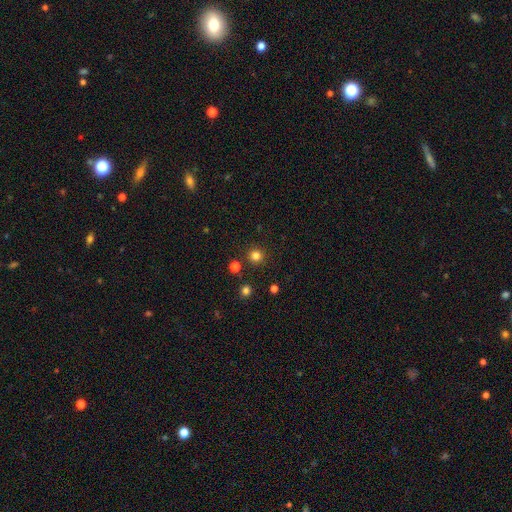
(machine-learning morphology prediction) Q: Smooth or featured?
A: smooth (81%); runner-up: star or artifact (15%)
Q: How rounded?
A: round (94%); runner-up: in between (5%)
Q: Merging?
A: none (89%); runner-up: minor disturbance (5%)